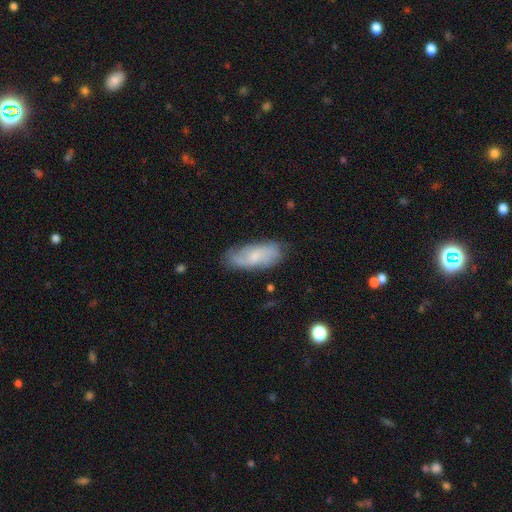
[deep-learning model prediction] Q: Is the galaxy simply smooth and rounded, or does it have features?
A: featured or disk — 47%.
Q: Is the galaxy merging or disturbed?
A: none — 73%.